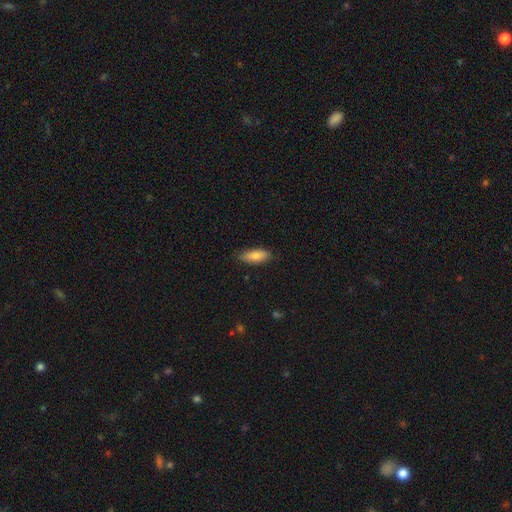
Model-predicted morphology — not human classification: Smooth or featured: smooth — 80% (featured or disk — 14%)
How rounded: in between — 70% (cigar-shaped — 28%)
Merging: none — 83% (minor disturbance — 14%)